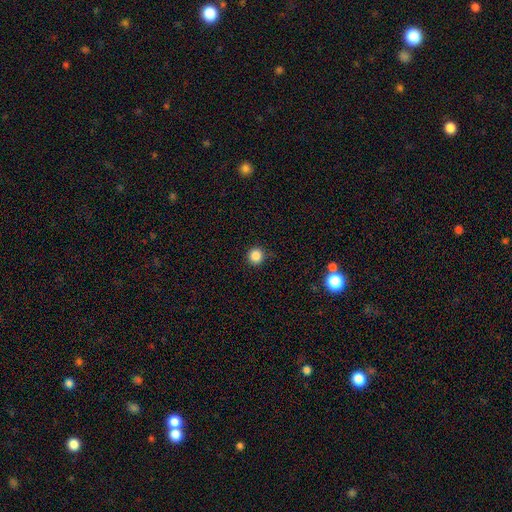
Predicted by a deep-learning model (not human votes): The model was most divided on "smooth or featured": smooth: 85%, star or artifact: 11%, featured or disk: 3%. More confident: how rounded — round (95%); merging — none (89%).